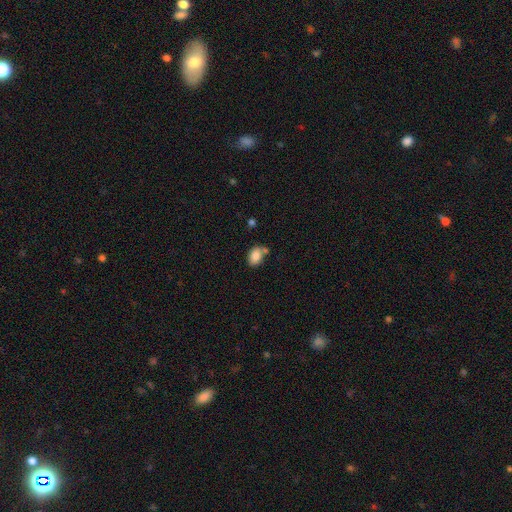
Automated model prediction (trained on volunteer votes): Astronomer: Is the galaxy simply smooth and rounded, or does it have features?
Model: smooth — 85%.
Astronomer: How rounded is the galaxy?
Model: in between — 79%.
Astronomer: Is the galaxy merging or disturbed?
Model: none — 61%.